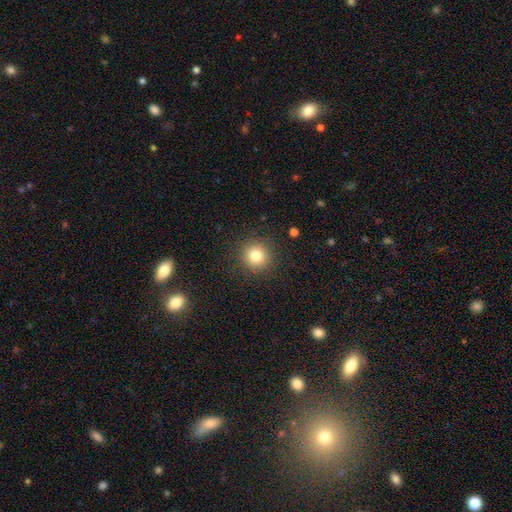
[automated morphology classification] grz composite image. It shows a smooth galaxy with no disk features (81%) that is round (93%). Merging: none (90%).